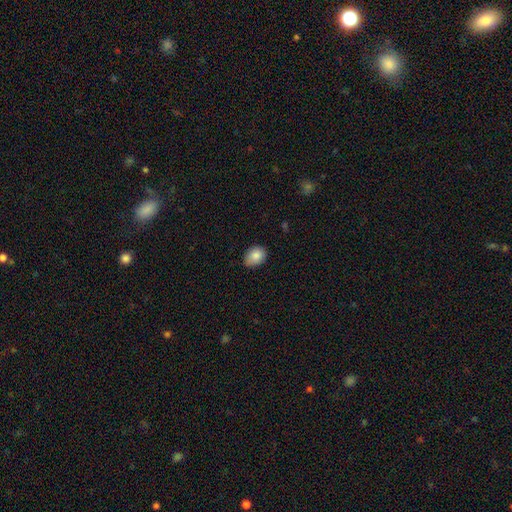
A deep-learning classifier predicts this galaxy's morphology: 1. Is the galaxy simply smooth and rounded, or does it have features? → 85% smooth, 8% star or artifact, 7% featured or disk.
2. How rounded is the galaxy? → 65% in between, 34% round, 1% cigar-shaped.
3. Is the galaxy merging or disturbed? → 75% none, 21% minor disturbance, 3% major disturbance, 1% merger.